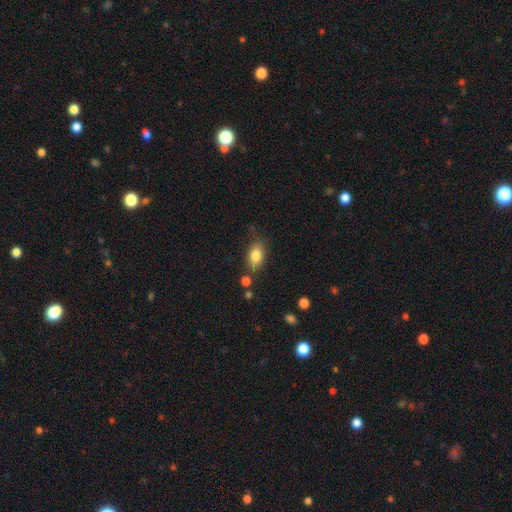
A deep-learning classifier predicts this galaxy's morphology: Smooth or featured?
  - smooth: 83% *
  - featured or disk: 9%
  - star or artifact: 8%
How rounded?
  - in between: 86% *
  - round: 10%
  - cigar-shaped: 4%
Merging?
  - none: 72% *
  - minor disturbance: 18%
  - merger: 5%
  - major disturbance: 5%